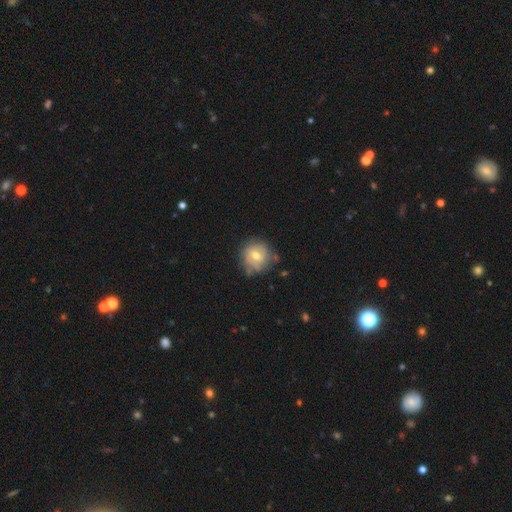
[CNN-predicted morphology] type=smooth (53%); roundness=round (88%); merging=none (64%).